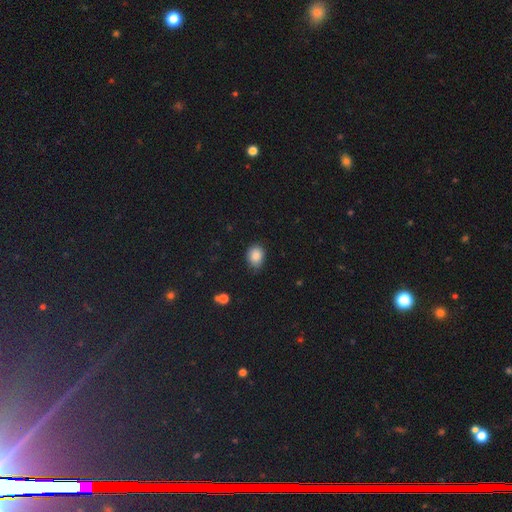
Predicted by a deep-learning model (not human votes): Morphology: type=smooth (86%); roundness=in between (55%); merging=none (75%).